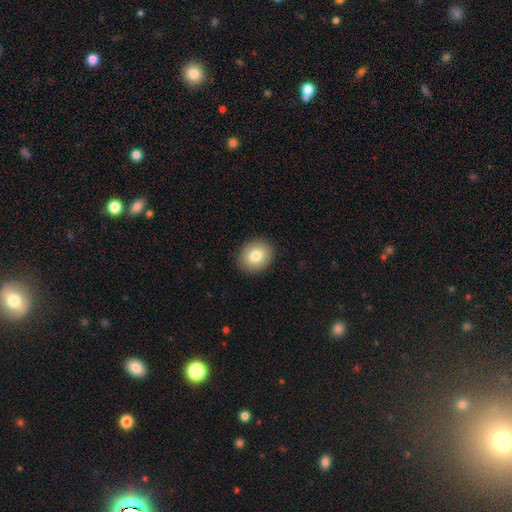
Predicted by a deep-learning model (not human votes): Smooth or featured? Predicted: smooth (p=0.80). How rounded? Predicted: round (p=0.70). Merging? Predicted: none (p=0.91).